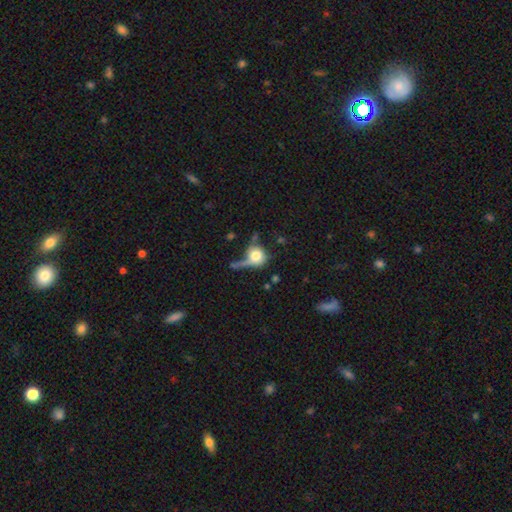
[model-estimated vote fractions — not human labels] A smooth galaxy with no disk features (69%) that is round (73%). Merging: none (32%, tied with major disturbance).